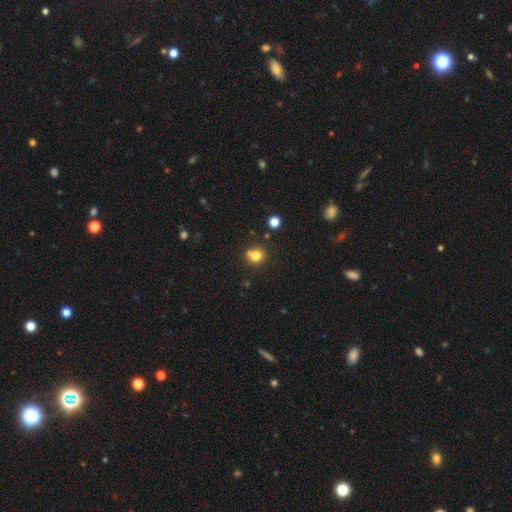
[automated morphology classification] Smooth or featured?
  - smooth: 77% *
  - star or artifact: 13%
  - featured or disk: 10%
How rounded?
  - round: 85% *
  - in between: 14%
  - cigar-shaped: 1%
Merging?
  - none: 61% *
  - merger: 24%
  - minor disturbance: 11%
  - major disturbance: 4%